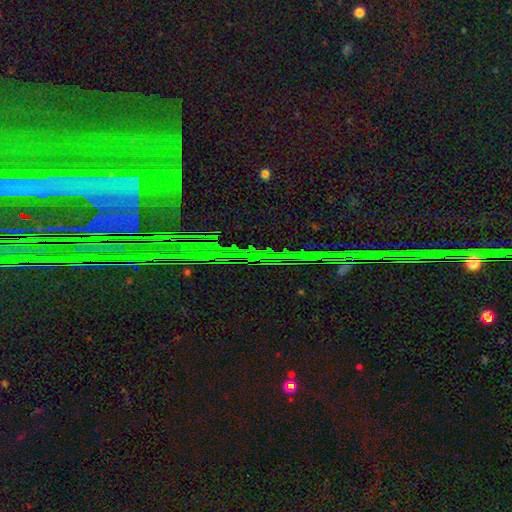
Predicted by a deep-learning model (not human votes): Morphology: type=star or artifact (76%).